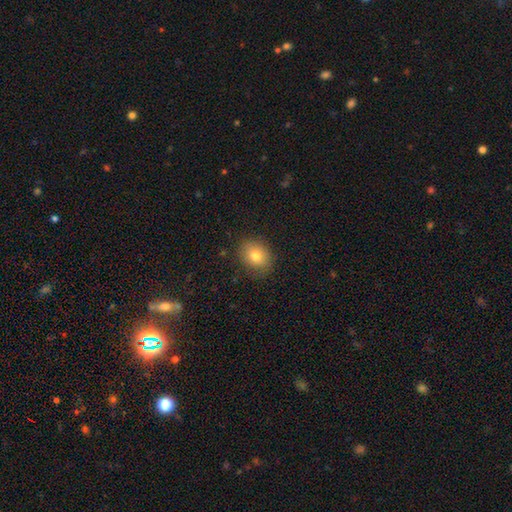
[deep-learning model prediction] Morphology: type=smooth (78%); roundness=round (55%); merging=none (84%).